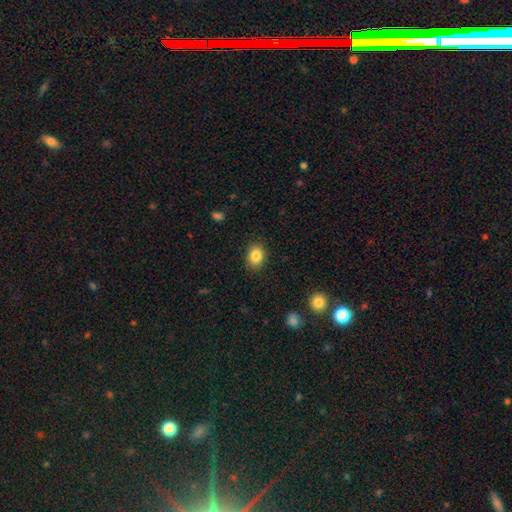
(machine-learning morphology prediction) Overall: smooth (85%). How rounded: in between (63%; round 36%). Merging: none (87%).